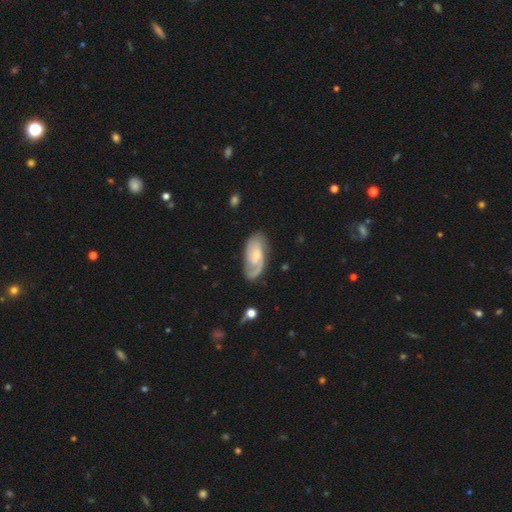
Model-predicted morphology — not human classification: The model was most divided on "spiral winding": medium: 45%, tight: 37%, loose: 18%. More confident: spiral arms — yes (95%); edge-on disk — no (95%); smooth or featured — featured or disk (78%); merging — none (73%); spiral arm count — 2 (68%); bar — no (54%); bulge size — small (52%).